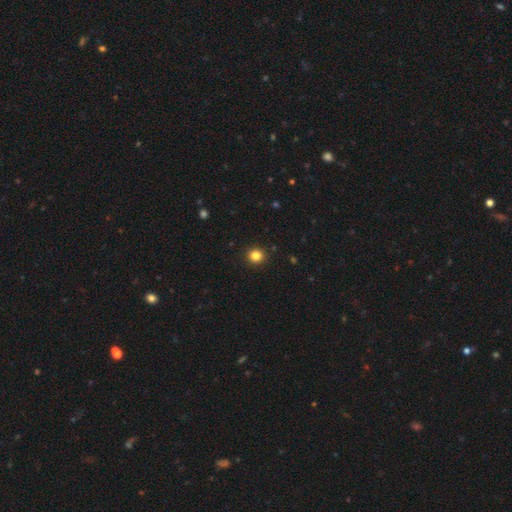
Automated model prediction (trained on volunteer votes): Q: Smooth or featured?
A: smooth (83%); runner-up: star or artifact (12%)
Q: How rounded?
A: round (92%); runner-up: in between (7%)
Q: Merging?
A: none (93%); runner-up: minor disturbance (5%)